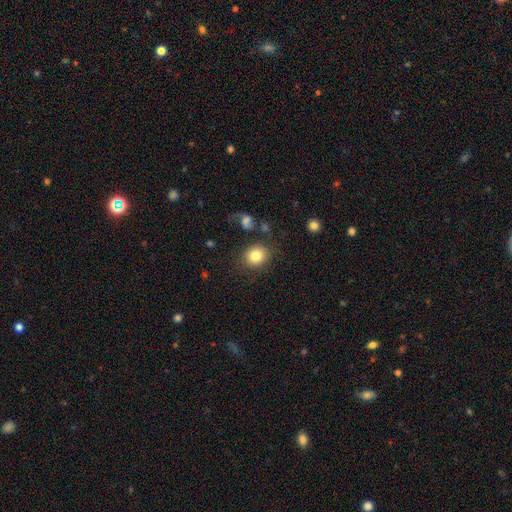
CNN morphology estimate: A smooth galaxy with no disk features (82%) that is round (73%). Merging: none (80%).